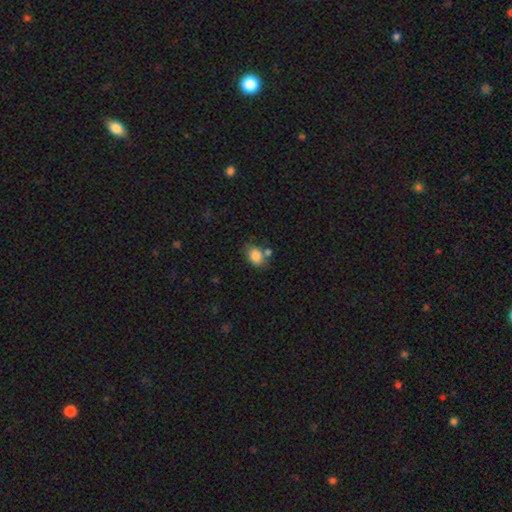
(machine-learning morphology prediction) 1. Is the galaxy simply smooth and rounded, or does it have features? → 84% smooth, 8% star or artifact, 8% featured or disk.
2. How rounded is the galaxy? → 75% in between, 24% round, 1% cigar-shaped.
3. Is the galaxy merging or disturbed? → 57% none, 20% merger, 18% minor disturbance, 5% major disturbance.